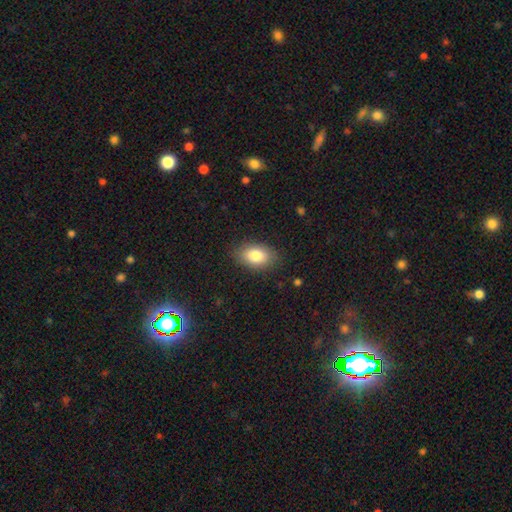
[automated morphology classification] Smooth or featured?
  - smooth: 81% *
  - featured or disk: 11%
  - star or artifact: 8%
How rounded?
  - in between: 87% *
  - round: 11%
  - cigar-shaped: 2%
Merging?
  - none: 85% *
  - minor disturbance: 11%
  - major disturbance: 3%
  - merger: 1%